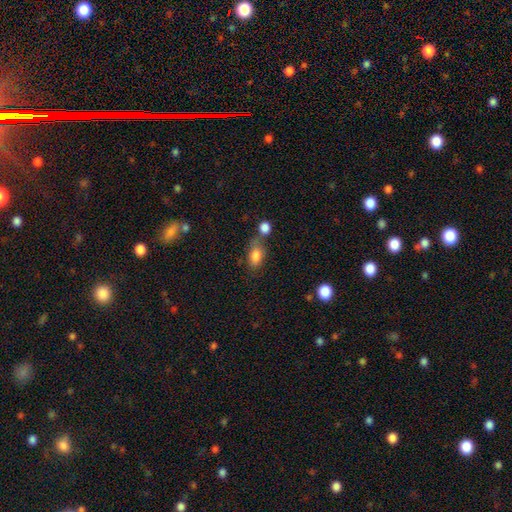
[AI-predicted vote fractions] The model was most divided on "merging": none: 49%, merger: 26%, minor disturbance: 18%, major disturbance: 7%. More confident: how rounded — in between (87%); smooth or featured — smooth (83%).